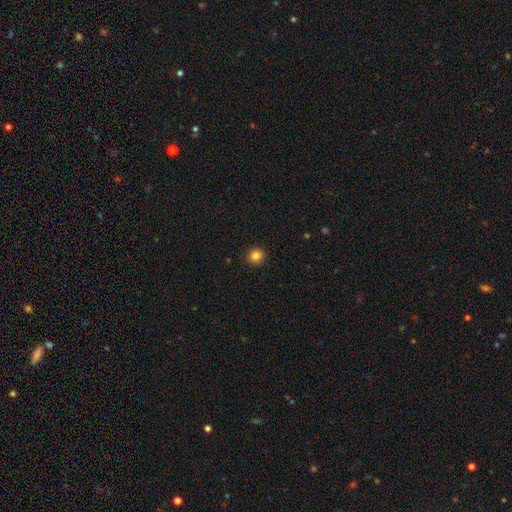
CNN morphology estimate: smooth_or_featured: smooth (p=0.85) [alt: star or artifact p=0.11]
how_rounded: round (p=0.92) [alt: in between p=0.07]
merging: none (p=0.92) [alt: minor disturbance p=0.05]